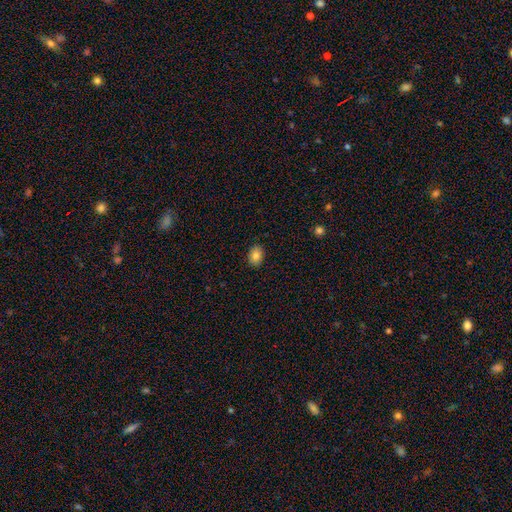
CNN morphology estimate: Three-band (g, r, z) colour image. It shows a smooth galaxy with no disk features (84%) that is in between round and cigar-shaped (71%). Merging: none (89%).